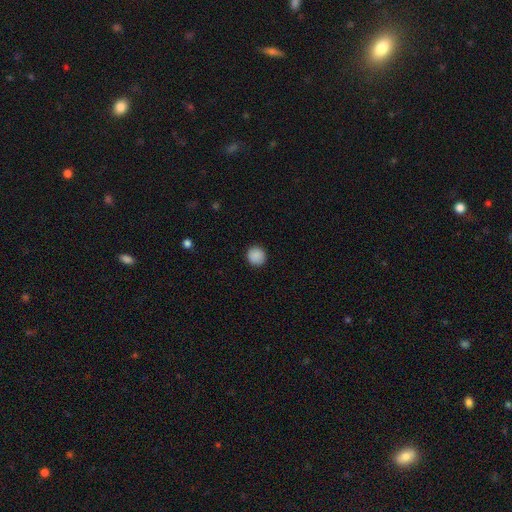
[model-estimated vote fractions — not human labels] This appears to be a smooth galaxy with no disk features (89%) that is round (95%). Merging: none (92%).